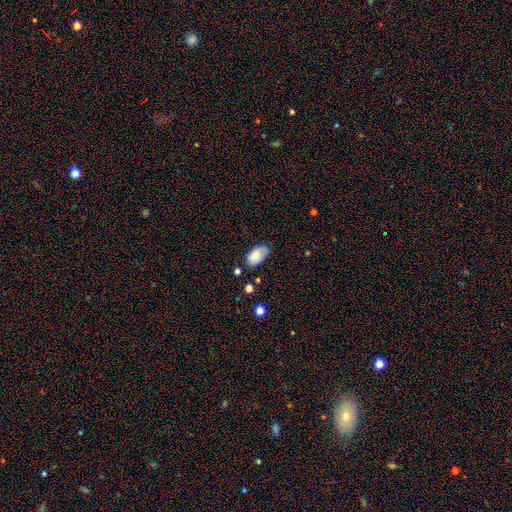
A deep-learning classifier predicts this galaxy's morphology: A smooth galaxy with no disk features (74%) that is in between round and cigar-shaped (94%). Merging: none (68%).